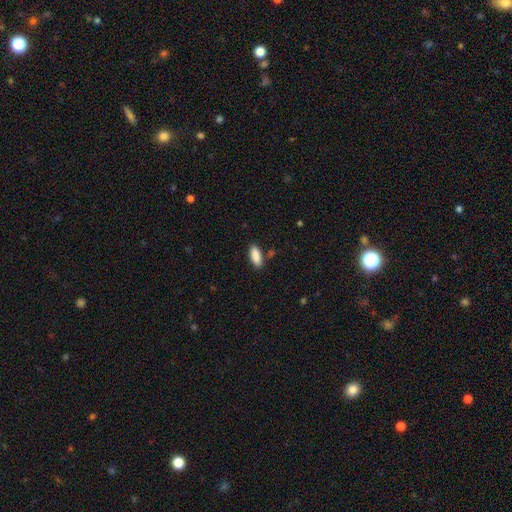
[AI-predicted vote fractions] This appears to be a smooth galaxy with no disk features (89%) that is in between round and cigar-shaped (74%). Merging: none (84%).